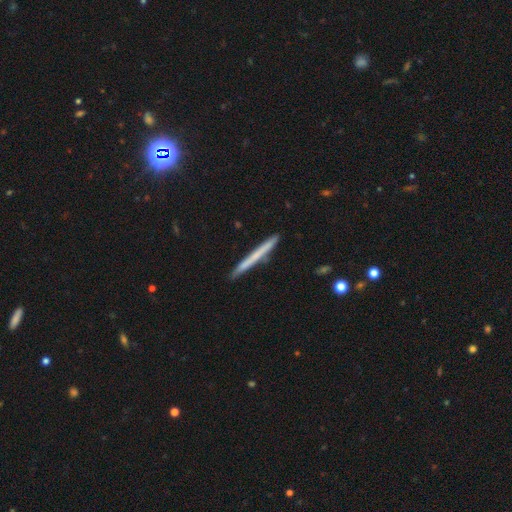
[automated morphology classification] Smooth or featured? Predicted: smooth (p=0.55). How rounded? Predicted: cigar-shaped (p=0.97). Merging? Predicted: none (p=0.90).